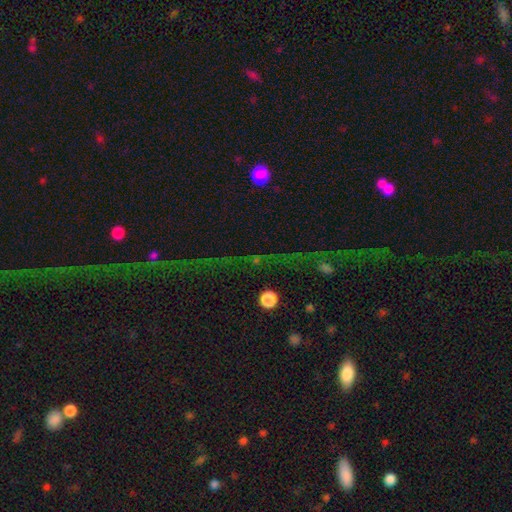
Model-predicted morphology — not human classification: Q: Smooth or featured?
A: star or artifact (72%); runner-up: featured or disk (15%)